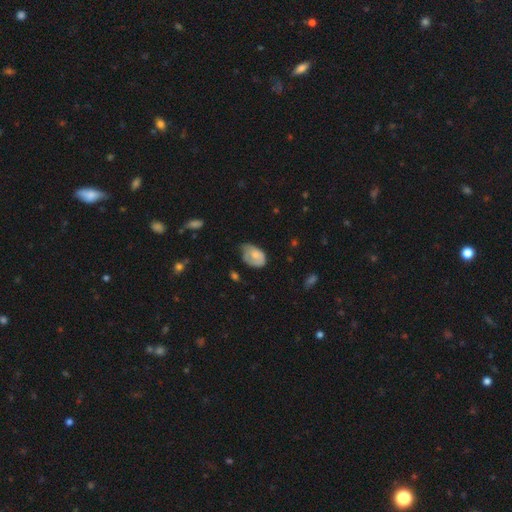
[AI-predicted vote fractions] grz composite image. It shows a smooth galaxy with no disk features (63%) that is in between round and cigar-shaped (85%). Merging: minor disturbance (44%).